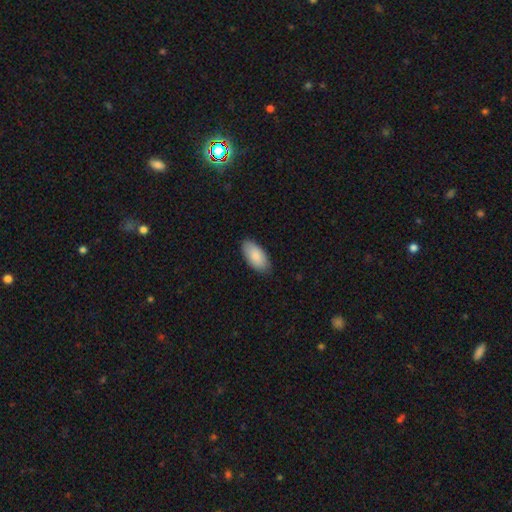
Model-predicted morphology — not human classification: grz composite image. It shows a smooth galaxy with no disk features (88%) that is in between round and cigar-shaped (94%). Merging: none (86%).